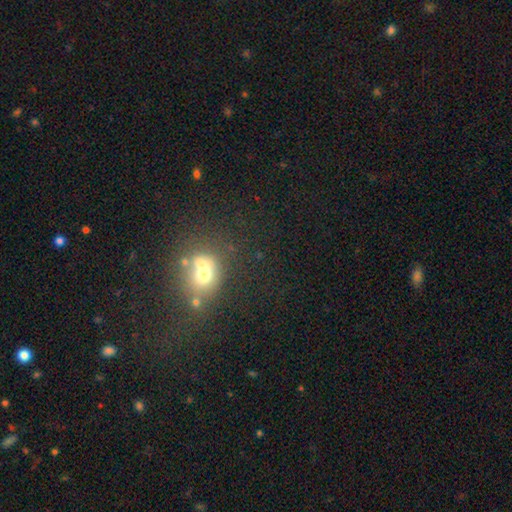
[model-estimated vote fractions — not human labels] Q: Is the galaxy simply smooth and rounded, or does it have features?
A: smooth — 48%.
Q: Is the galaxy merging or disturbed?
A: none — 40%.